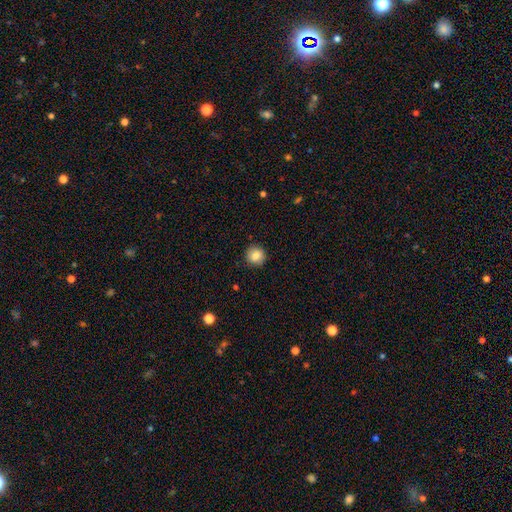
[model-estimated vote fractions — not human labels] A smooth galaxy with no disk features (84%) that is round (93%). Merging: none (90%).